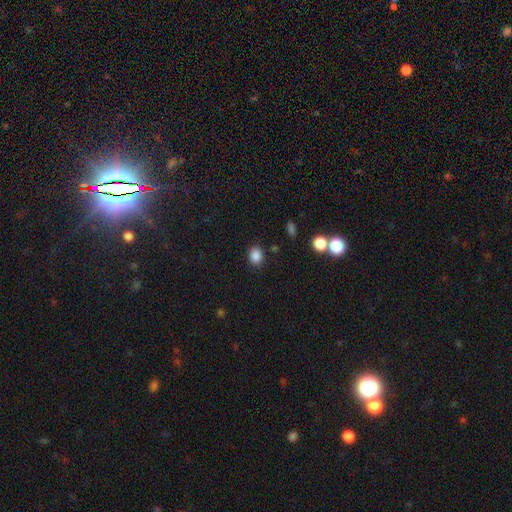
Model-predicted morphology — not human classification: The model was most divided on "how rounded": round: 52%, in between: 47%, cigar-shaped: 1%. More confident: merging — none (86%); smooth or featured — smooth (85%).